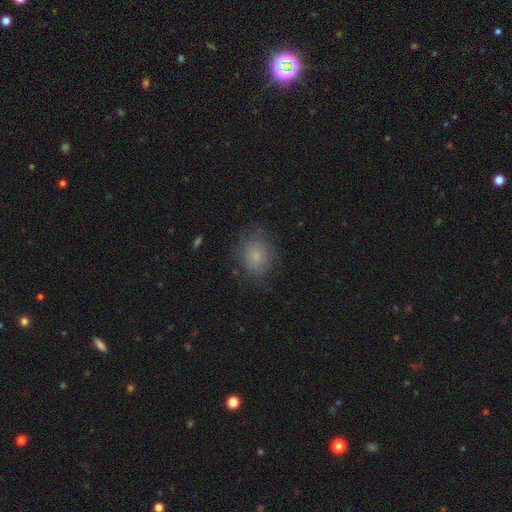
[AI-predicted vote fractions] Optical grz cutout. It shows a smooth galaxy with no disk features (76%) that is round (58%). Merging: none (74%).